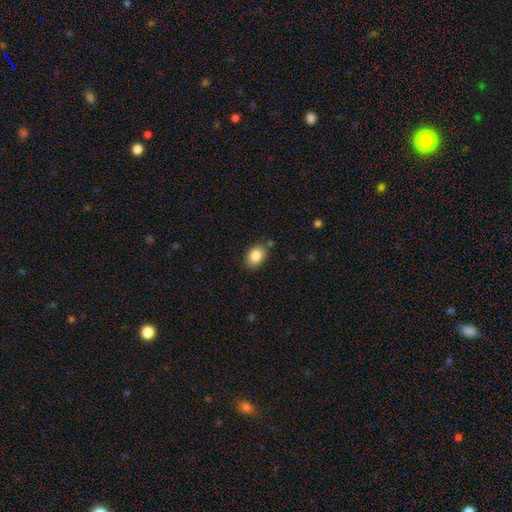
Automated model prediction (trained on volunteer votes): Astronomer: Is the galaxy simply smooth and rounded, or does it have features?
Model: smooth — 85%.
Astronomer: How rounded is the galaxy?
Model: in between — 77%.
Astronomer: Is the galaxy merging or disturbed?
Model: none — 82%.